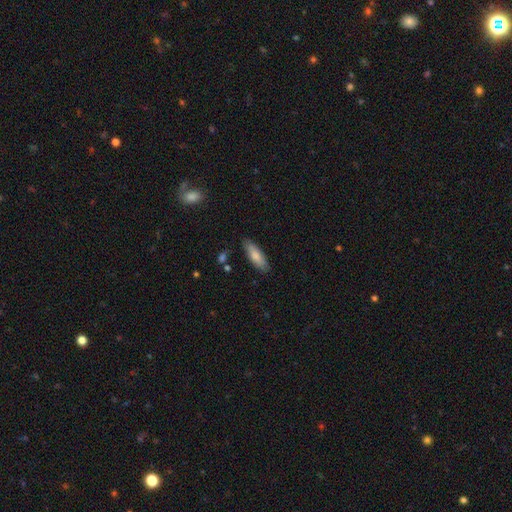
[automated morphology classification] Smooth or featured?
  - smooth: 80% *
  - featured or disk: 14%
  - star or artifact: 6%
How rounded?
  - in between: 51% *
  - cigar-shaped: 47%
  - round: 2%
Merging?
  - none: 84% *
  - minor disturbance: 11%
  - major disturbance: 2%
  - merger: 2%